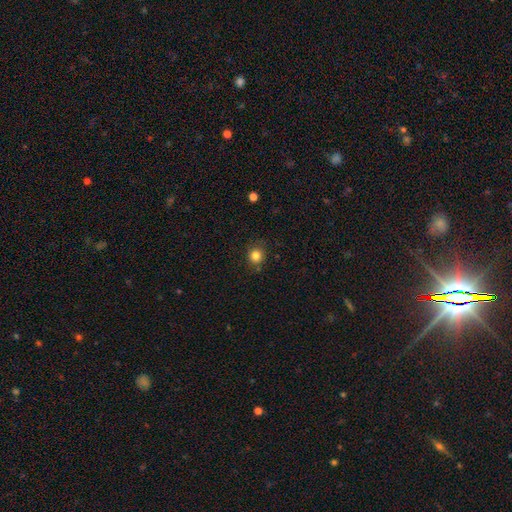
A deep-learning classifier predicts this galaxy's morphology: smooth_or_featured: smooth (p=0.83) [alt: star or artifact p=0.12]
how_rounded: round (p=0.87) [alt: in between p=0.12]
merging: none (p=0.83) [alt: minor disturbance p=0.12]